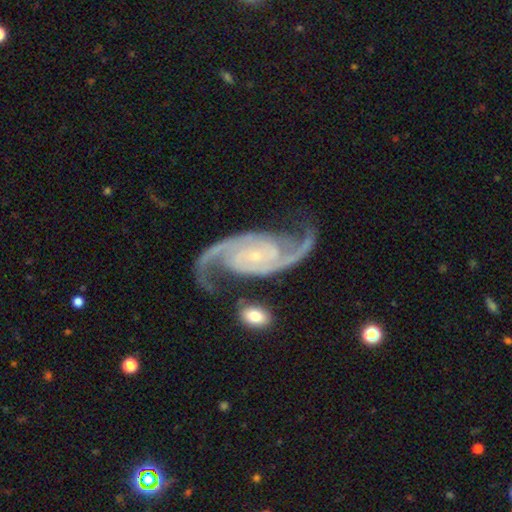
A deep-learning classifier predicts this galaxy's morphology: This appears to be a featured or disk galaxy (94%) with no bar (61%), 2 (93%) medium (59%) spiral arms (99%) and a small central bulge (82%). Merging: none (73%).